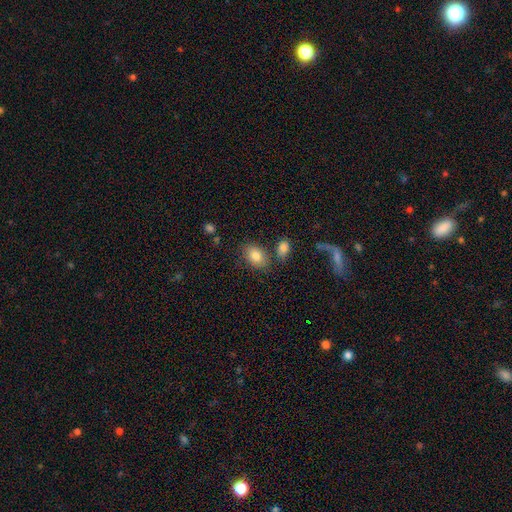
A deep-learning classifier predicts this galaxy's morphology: Smooth or featured?
  - smooth: 83% *
  - featured or disk: 9%
  - star or artifact: 8%
How rounded?
  - in between: 81% *
  - round: 18%
  - cigar-shaped: 1%
Merging?
  - none: 73% *
  - minor disturbance: 13%
  - merger: 10%
  - major disturbance: 4%